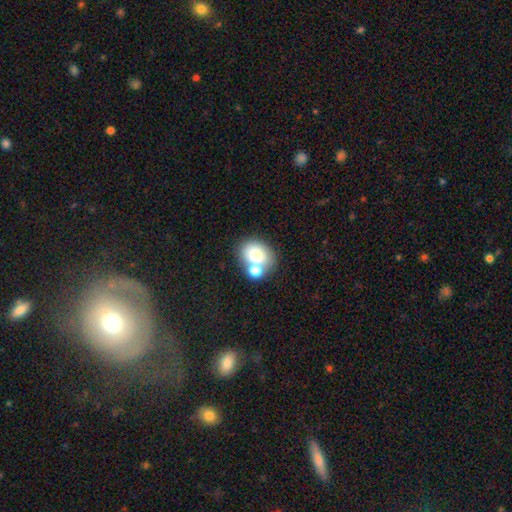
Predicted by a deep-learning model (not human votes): Smooth or featured? Predicted: smooth (p=0.76). How rounded? Predicted: in between (p=0.54). Merging? Predicted: none (p=0.47).